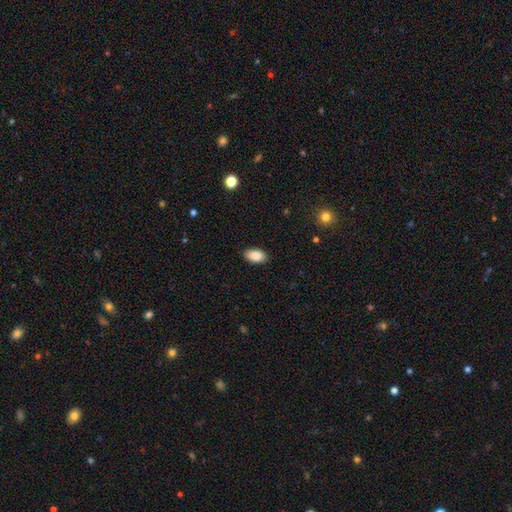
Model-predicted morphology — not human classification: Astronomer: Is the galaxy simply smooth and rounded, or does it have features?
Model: smooth — 88%.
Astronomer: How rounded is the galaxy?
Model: in between — 94%.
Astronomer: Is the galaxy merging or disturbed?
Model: none — 87%.